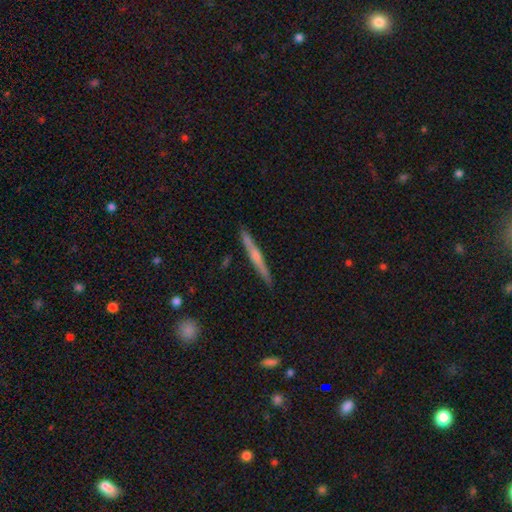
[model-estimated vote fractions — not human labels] This appears to be a featured or disk galaxy (65%) viewed edge-on (96%) with a rounded central bulge (74%). Merging: none (89%).